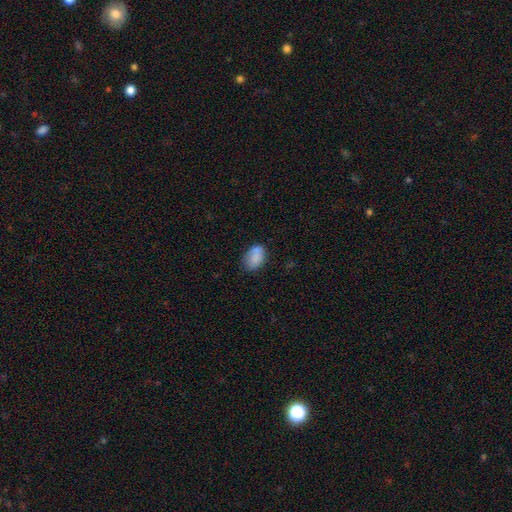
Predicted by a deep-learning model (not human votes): Smooth or featured: smooth — 85% (star or artifact — 8%)
How rounded: in between — 88% (round — 11%)
Merging: none — 70% (minor disturbance — 22%)